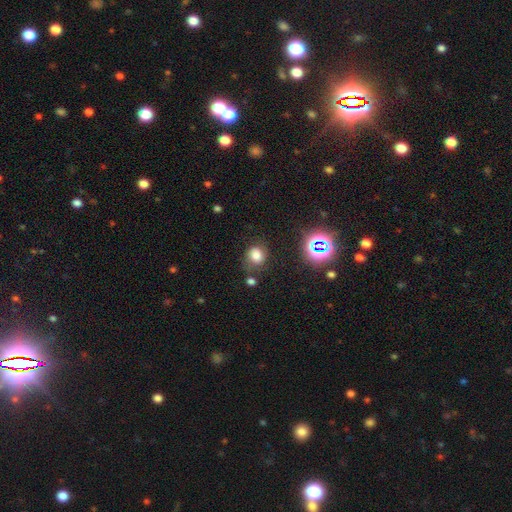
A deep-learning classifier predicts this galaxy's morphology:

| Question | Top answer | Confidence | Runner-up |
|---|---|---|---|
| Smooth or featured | smooth | 69% | star or artifact (19%) |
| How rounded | round | 66% | in between (33%) |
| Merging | none | 64% | minor disturbance (21%) |